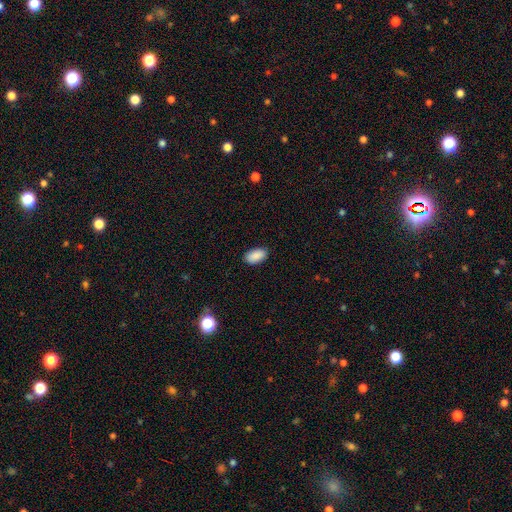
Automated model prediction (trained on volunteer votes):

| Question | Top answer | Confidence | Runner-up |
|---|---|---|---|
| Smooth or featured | smooth | 90% | star or artifact (7%) |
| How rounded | in between | 95% | round (4%) |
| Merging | none | 88% | minor disturbance (9%) |